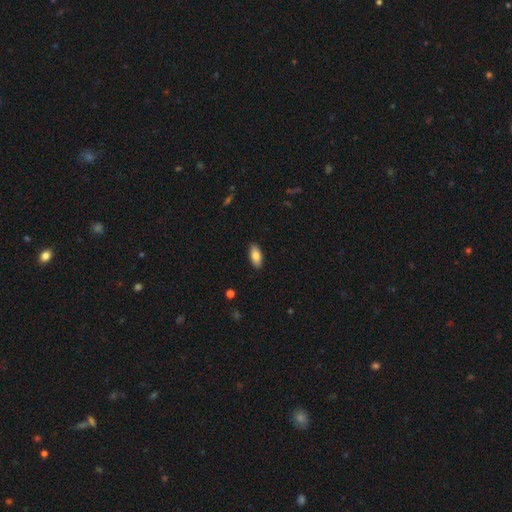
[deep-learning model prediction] The model was most divided on "smooth or featured": smooth: 83%, featured or disk: 10%, star or artifact: 7%. More confident: merging — none (89%); how rounded — in between (88%).